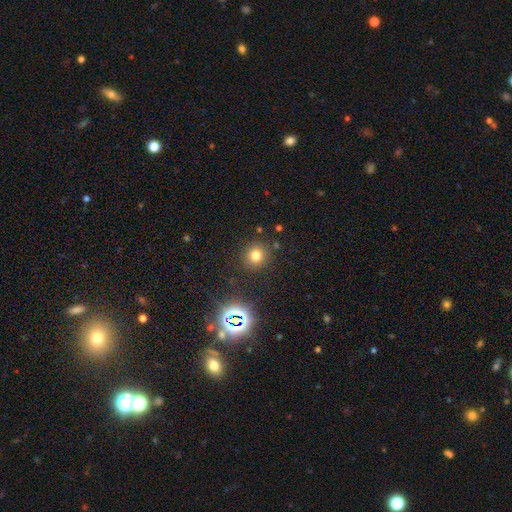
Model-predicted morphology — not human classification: smooth-or-featured: smooth: 72% | star or artifact: 21% | featured or disk: 7%
  how-rounded: round: 90% | in between: 9% | cigar-shaped: 1%
  merging: none: 88% | minor disturbance: 7% | major disturbance: 3% | merger: 3%